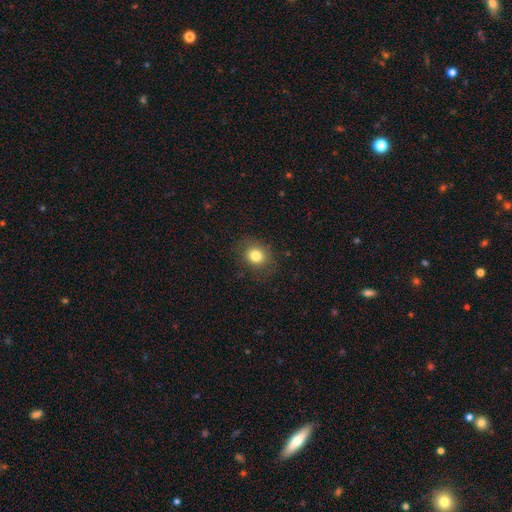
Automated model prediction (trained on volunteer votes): smooth 81%, star or artifact 11%, featured or disk 8%. Down the decision tree: how rounded — round (64%); merging — none (82%).